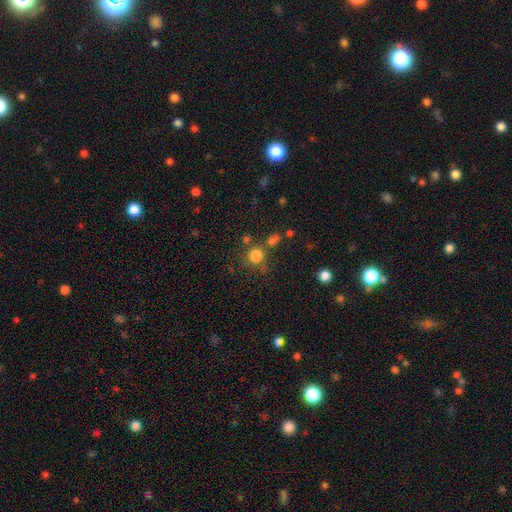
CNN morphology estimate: Smooth or featured: smooth — 79% (star or artifact — 15%)
How rounded: round — 84% (in between — 15%)
Merging: none — 61% (merger — 16%)